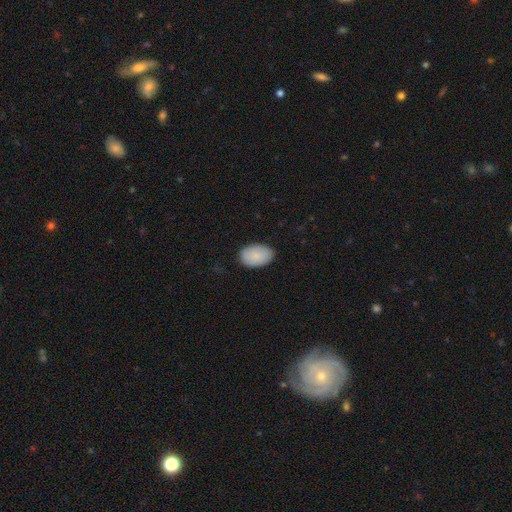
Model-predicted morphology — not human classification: Overall: smooth (89%). How rounded: in between (90%). Merging: none (85%).